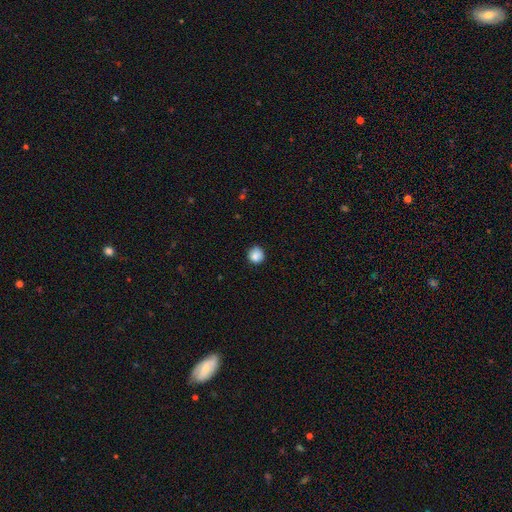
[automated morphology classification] smooth 86%, star or artifact 10%, featured or disk 4%. Down the decision tree: how rounded — round (92%); merging — none (83%).